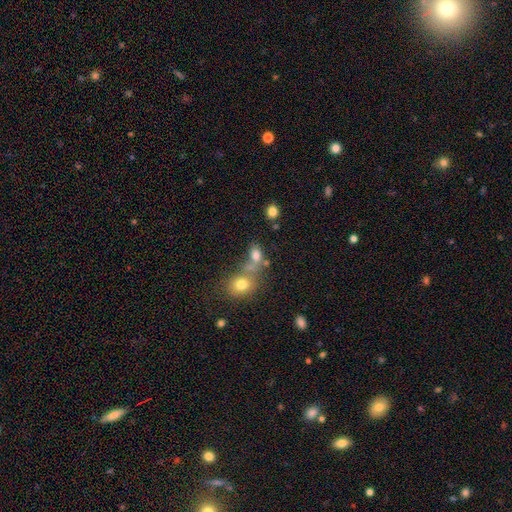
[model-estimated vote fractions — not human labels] This is likely a smooth galaxy (75%). How rounded: likely in between (70%). Merging: marginally merger (42%).